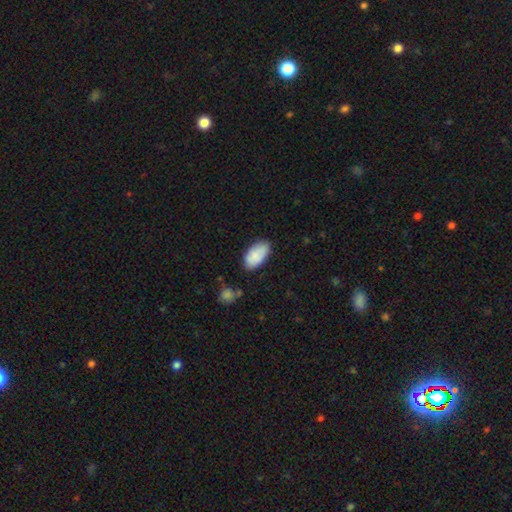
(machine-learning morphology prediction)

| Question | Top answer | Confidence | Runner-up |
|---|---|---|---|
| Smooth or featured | smooth | 84% | featured or disk (10%) |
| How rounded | in between | 95% | round (3%) |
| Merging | none | 75% | minor disturbance (19%) |